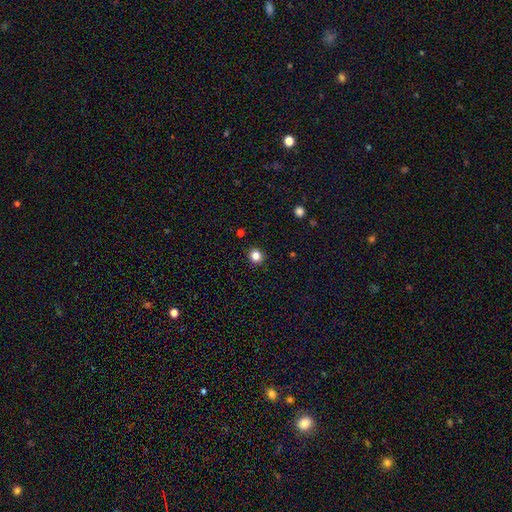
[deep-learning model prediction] A smooth galaxy with no disk features (83%) that is round (90%). Merging: none (92%).